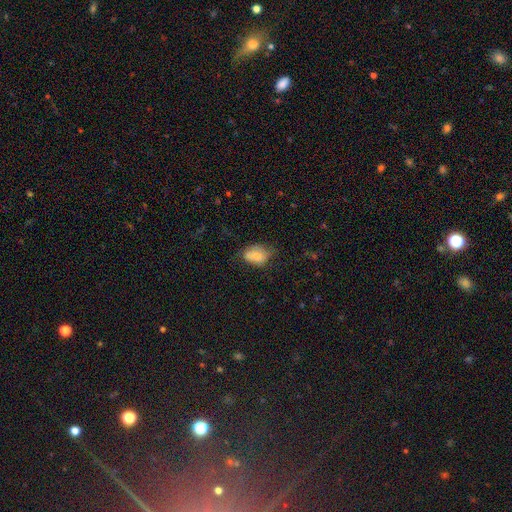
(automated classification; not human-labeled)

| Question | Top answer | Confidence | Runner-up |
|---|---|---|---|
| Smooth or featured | smooth | 80% | featured or disk (11%) |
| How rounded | in between | 87% | round (11%) |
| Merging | none | 48% | minor disturbance (34%) |